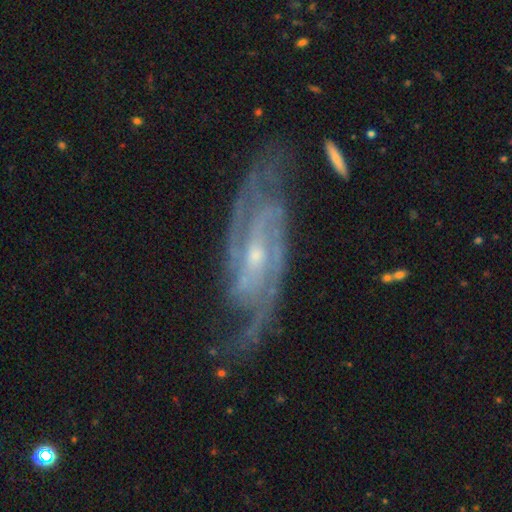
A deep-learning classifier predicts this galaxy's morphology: Q: Smooth or featured?
A: featured or disk (92%); runner-up: star or artifact (5%)
Q: Edge-on disk?
A: no (95%); runner-up: yes (5%)
Q: Bar?
A: weak (46%); runner-up: no (30%)
Q: Spiral arms?
A: yes (99%); runner-up: no (1%)
Q: Spiral winding?
A: tight (47%); runner-up: medium (44%)
Q: Spiral arm count?
A: 2 (60%); runner-up: 3 (15%)
Q: Bulge size?
A: small (69%); runner-up: moderate (27%)
Q: Merging?
A: none (76%); runner-up: minor disturbance (16%)